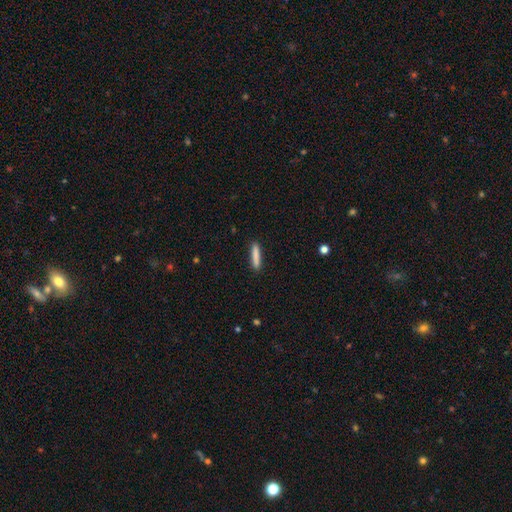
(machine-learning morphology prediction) Smooth or featured: smooth — 84% (featured or disk — 9%)
How rounded: cigar-shaped — 90% (in between — 9%)
Merging: none — 90% (minor disturbance — 7%)